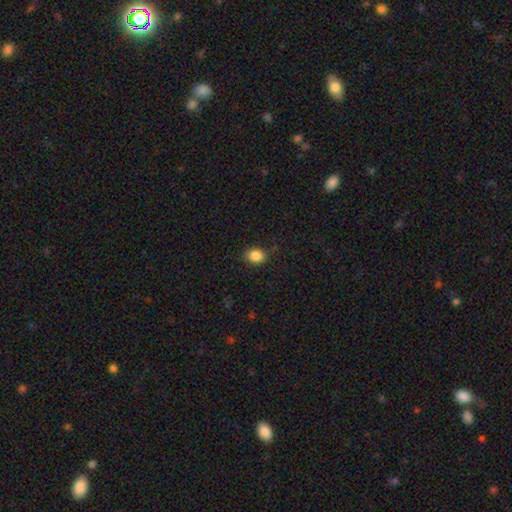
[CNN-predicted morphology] smooth_or_featured: smooth (p=0.86) [alt: star or artifact p=0.10]
how_rounded: in between (p=0.50) [alt: round p=0.49]
merging: none (p=0.82) [alt: minor disturbance p=0.13]